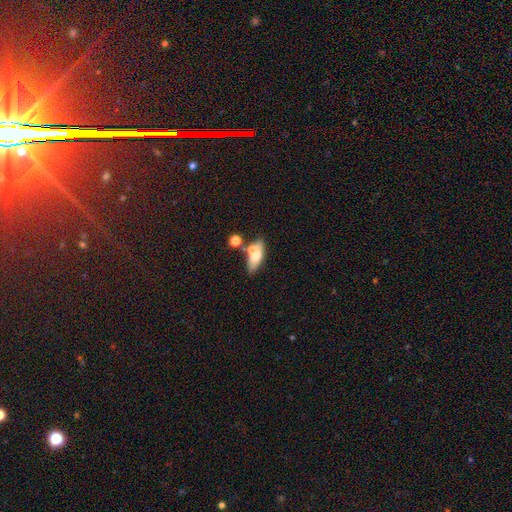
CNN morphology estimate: Smooth or featured?
  - smooth: 63% *
  - featured or disk: 28%
  - star or artifact: 9%
How rounded?
  - in between: 67% *
  - cigar-shaped: 25%
  - round: 8%
Merging?
  - none: 53% *
  - merger: 27%
  - minor disturbance: 14%
  - major disturbance: 6%